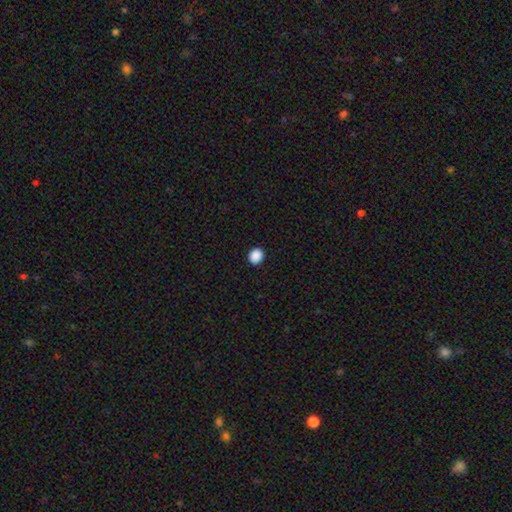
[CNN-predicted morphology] This is clearly a smooth galaxy (89%). How rounded: likely round (67%). Merging: clearly none (92%).